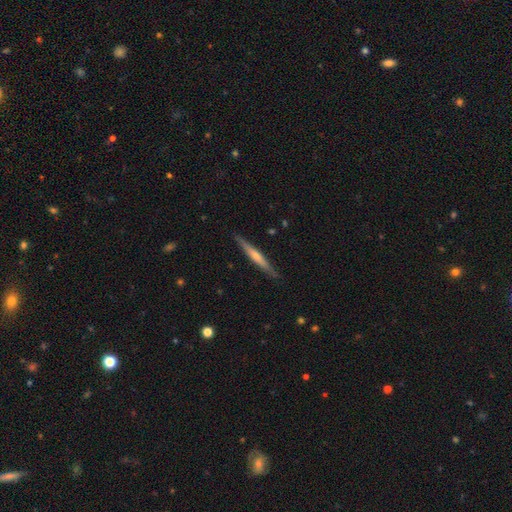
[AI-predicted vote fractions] Overall: featured or disk (61%; smooth 34%). Edge-on disk: yes (97%). Edge-on bulge: rounded (63%; none 30%). Merging: none (89%).